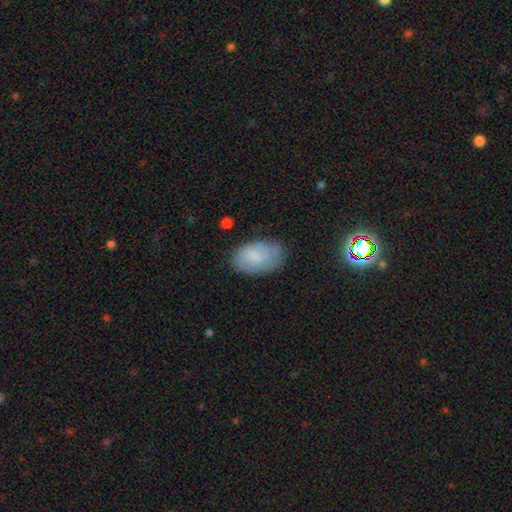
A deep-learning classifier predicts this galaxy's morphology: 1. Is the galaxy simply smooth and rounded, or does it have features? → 78% smooth, 14% featured or disk, 8% star or artifact.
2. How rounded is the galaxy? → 92% in between, 6% round, 1% cigar-shaped.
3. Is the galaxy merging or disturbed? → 70% none, 22% minor disturbance, 6% major disturbance, 2% merger.